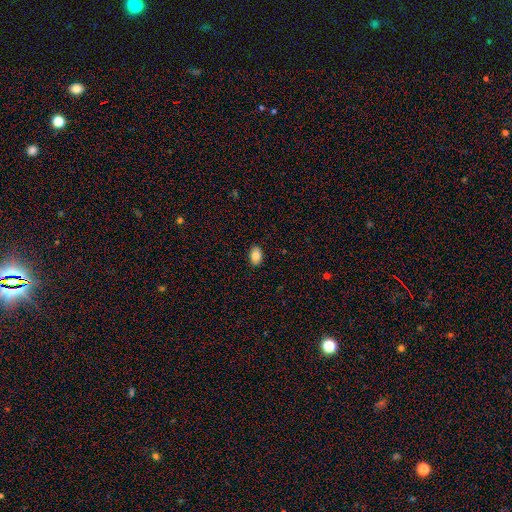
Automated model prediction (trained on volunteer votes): Morphology: type=smooth (84%); roundness=in between (85%); merging=none (90%).